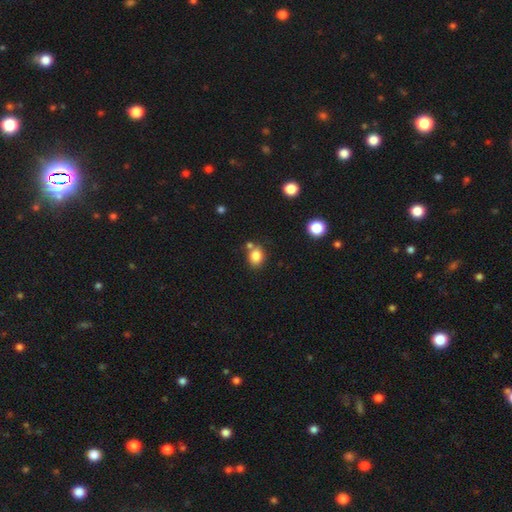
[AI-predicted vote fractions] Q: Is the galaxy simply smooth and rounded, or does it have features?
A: smooth — 83%.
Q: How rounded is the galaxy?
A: round — 57%.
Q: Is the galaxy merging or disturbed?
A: none — 66%.